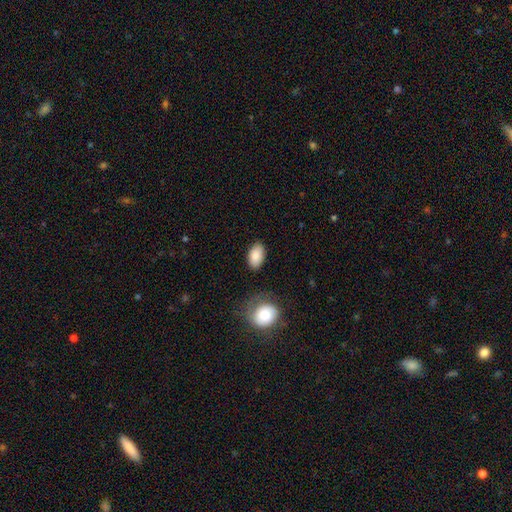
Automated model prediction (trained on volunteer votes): A smooth galaxy with no disk features (88%) that is in between round and cigar-shaped (92%).

Vote fractions:
- Smooth or featured? smooth: 88% / star or artifact: 7% / featured or disk: 6%
- How rounded? in between: 92% / round: 6% / cigar-shaped: 2%
- Merging? none: 82% / minor disturbance: 12% / major disturbance: 3% / merger: 3%